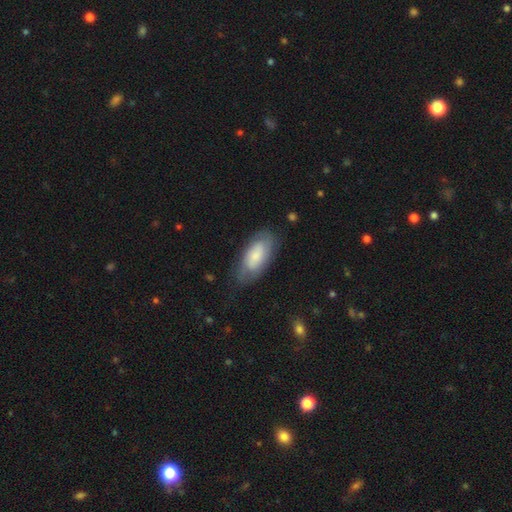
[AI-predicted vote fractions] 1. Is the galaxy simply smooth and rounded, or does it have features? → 60% smooth, 34% featured or disk, 6% star or artifact.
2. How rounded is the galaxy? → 89% in between, 9% cigar-shaped, 2% round.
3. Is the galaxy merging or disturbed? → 67% none, 23% minor disturbance, 8% major disturbance, 2% merger.